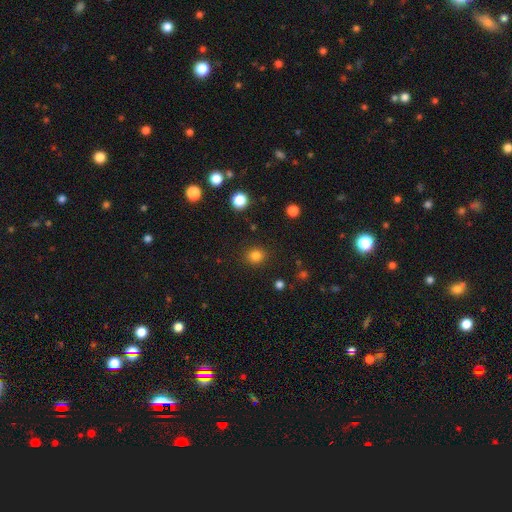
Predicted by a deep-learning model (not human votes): Smooth or featured: smooth — 82% (star or artifact — 13%)
How rounded: round — 82% (in between — 17%)
Merging: none — 89% (minor disturbance — 7%)